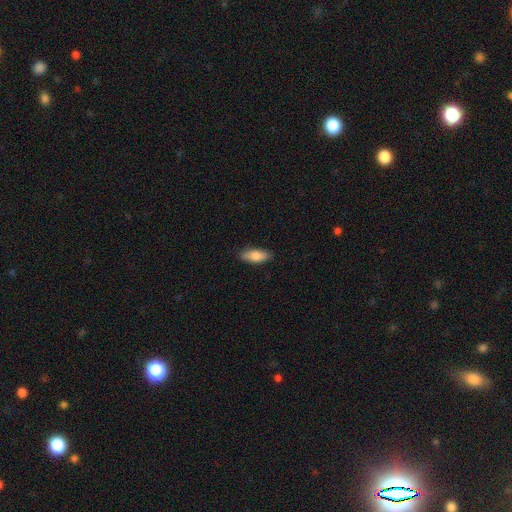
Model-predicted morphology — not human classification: Smooth or featured: smooth — 83% (featured or disk — 11%)
How rounded: in between — 77% (cigar-shaped — 21%)
Merging: none — 87% (minor disturbance — 10%)